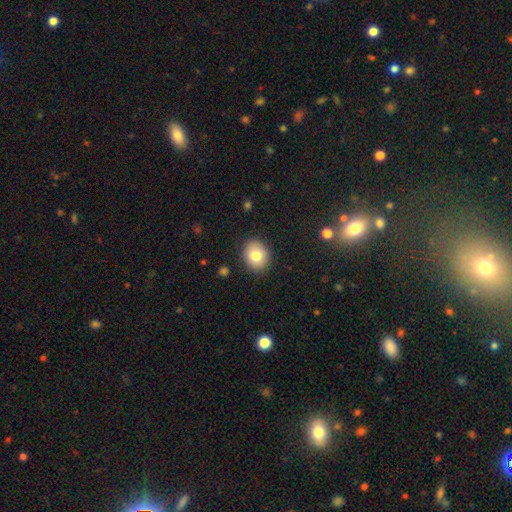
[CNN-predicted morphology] A smooth galaxy with no disk features (80%) that is round (61%).

Vote fractions:
- Smooth or featured? smooth: 80% / featured or disk: 11% / star or artifact: 9%
- How rounded? round: 61% / in between: 38% / cigar-shaped: 1%
- Merging? none: 89% / minor disturbance: 8% / major disturbance: 2% / merger: 1%